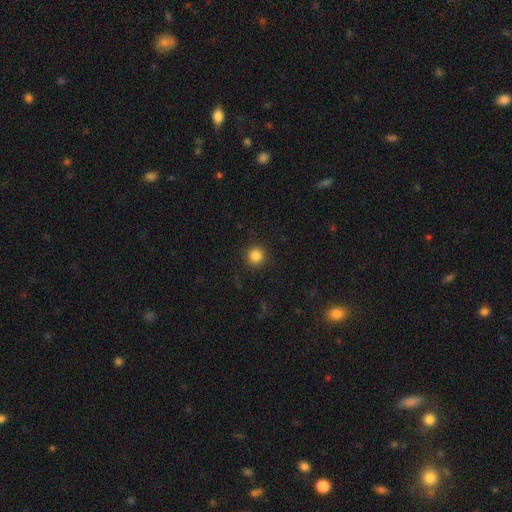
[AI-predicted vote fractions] This is clearly a smooth galaxy (85%). How rounded: clearly round (94%). Merging: clearly none (91%).